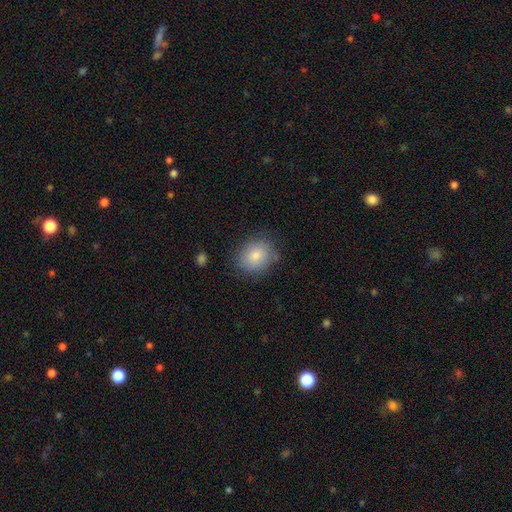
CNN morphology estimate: smooth 81%, featured or disk 11%, star or artifact 8%. Down the decision tree: how rounded — round (62%); merging — none (78%).